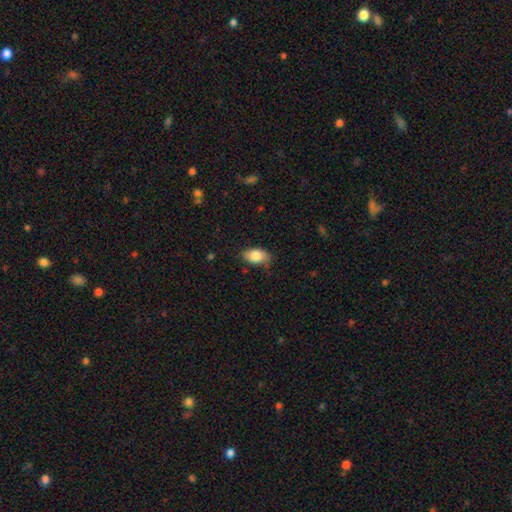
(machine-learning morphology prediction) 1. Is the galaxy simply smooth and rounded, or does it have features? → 83% smooth, 10% featured or disk, 7% star or artifact.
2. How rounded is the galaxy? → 92% in between, 6% round, 2% cigar-shaped.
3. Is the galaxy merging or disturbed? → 78% none, 18% minor disturbance, 3% major disturbance, 1% merger.